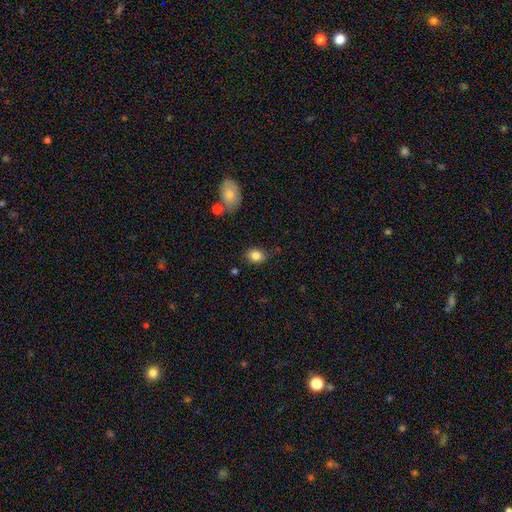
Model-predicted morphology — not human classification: smooth-or-featured: smooth: 84% | star or artifact: 10% | featured or disk: 6%
  how-rounded: round: 50% | in between: 49% | cigar-shaped: 1%
  merging: none: 77% | minor disturbance: 17% | major disturbance: 4% | merger: 3%